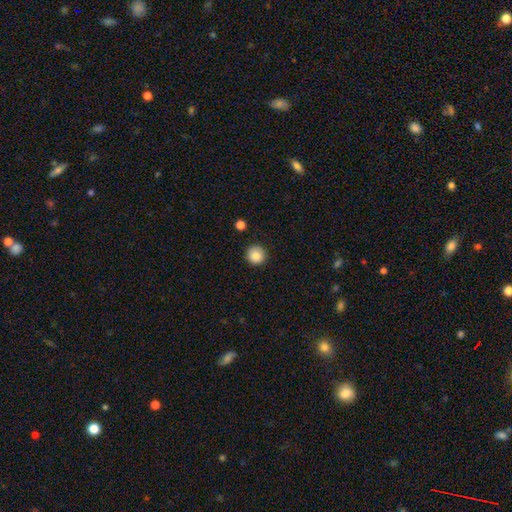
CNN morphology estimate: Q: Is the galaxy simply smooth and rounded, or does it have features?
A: smooth — 86%.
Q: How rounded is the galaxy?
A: round — 95%.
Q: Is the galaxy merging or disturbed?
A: none — 90%.